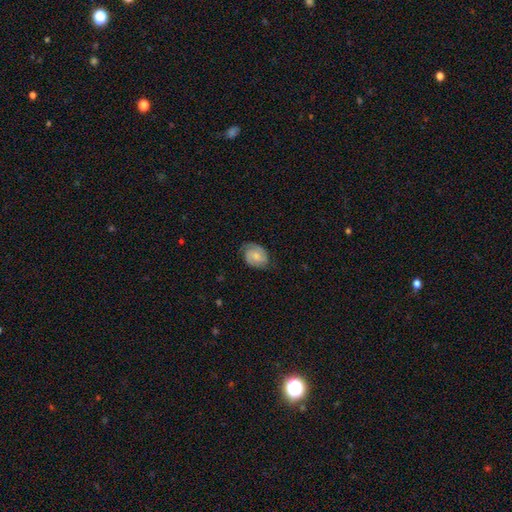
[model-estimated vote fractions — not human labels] featured or disk 52%, smooth 41%, star or artifact 7%. Down the decision tree: edge-on disk — no (97%); merging — none (69%).